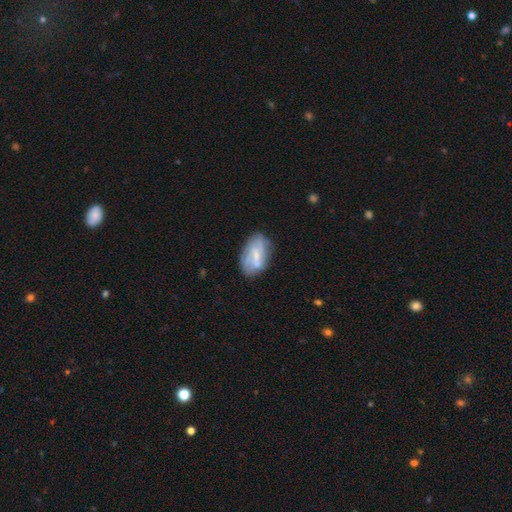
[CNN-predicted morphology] This appears to be a featured or disk galaxy (53%) with a weak bar (46%), spiral arms (57%) and a small central bulge (48%). Merging: none (63%).